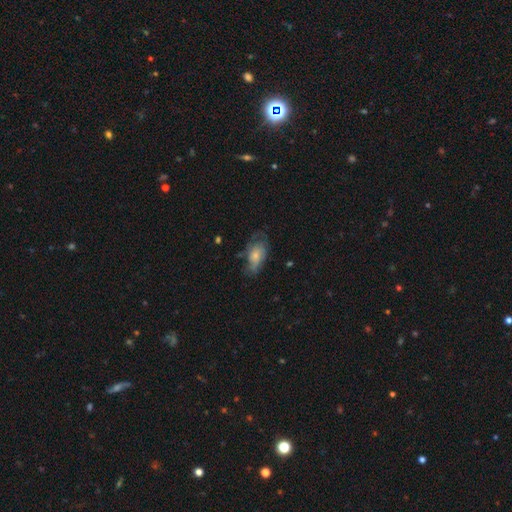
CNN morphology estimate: Smooth or featured?
  - smooth: 52% *
  - featured or disk: 40%
  - star or artifact: 7%
How rounded?
  - in between: 89% *
  - round: 7%
  - cigar-shaped: 4%
Merging?
  - none: 44% *
  - minor disturbance: 31%
  - major disturbance: 23%
  - merger: 2%